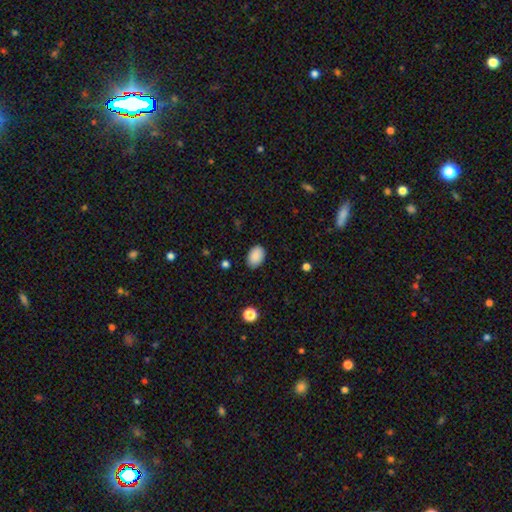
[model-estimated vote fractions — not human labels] Smooth or featured?
  - smooth: 90% *
  - star or artifact: 7%
  - featured or disk: 3%
How rounded?
  - in between: 85% *
  - round: 14%
  - cigar-shaped: 1%
Merging?
  - none: 85% *
  - minor disturbance: 11%
  - major disturbance: 2%
  - merger: 1%